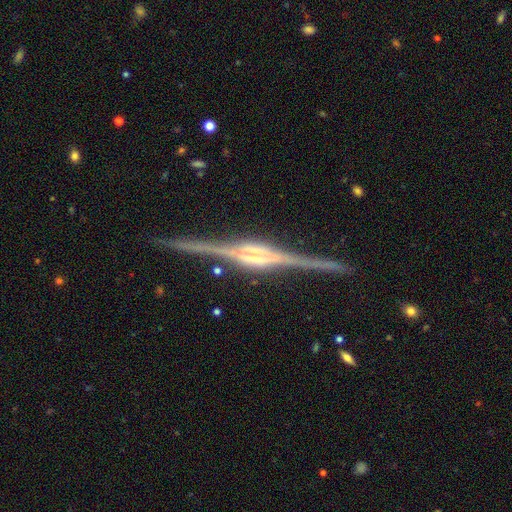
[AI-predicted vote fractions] featured or disk 91%, star or artifact 6%, smooth 4%. Down the decision tree: edge-on disk — yes (98%); edge-on bulge — rounded (53%); merging — none (87%).